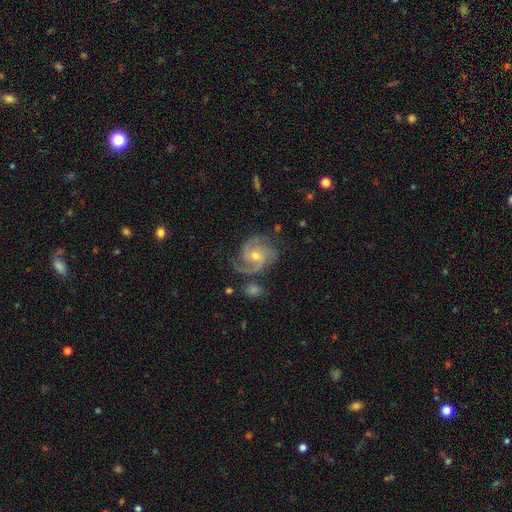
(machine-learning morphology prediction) type=featured or disk (89%); edge-on=no (98%); bar=no (65%); spiral arms=yes (97%); winding=medium (49%); arm count=3 (41%); bulge=small (50%); merging=none (65%).